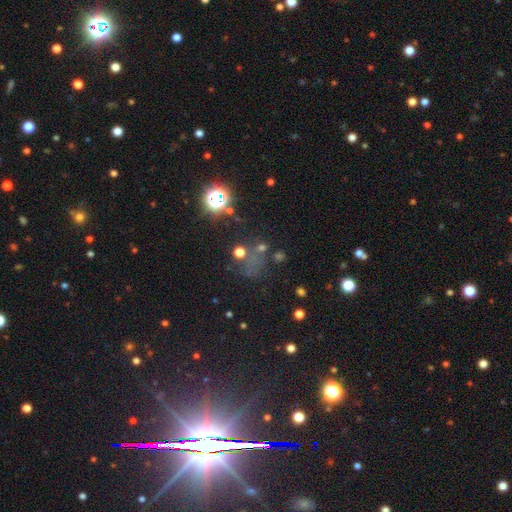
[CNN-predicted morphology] The model was most divided on "smooth or featured": star or artifact: 56%, smooth: 31%, featured or disk: 13%.